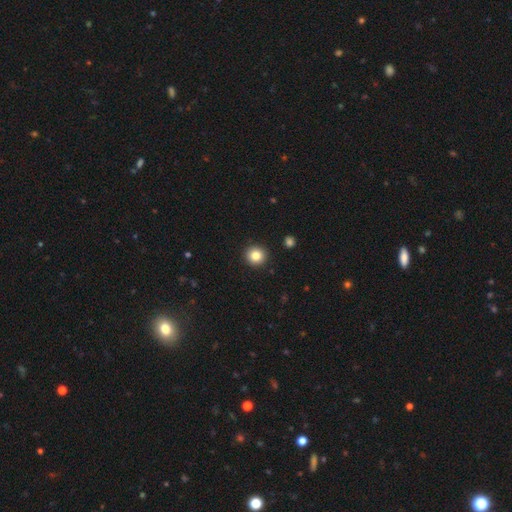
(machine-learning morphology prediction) This appears to be a smooth galaxy with no disk features (84%) that is round (93%). Merging: none (92%).